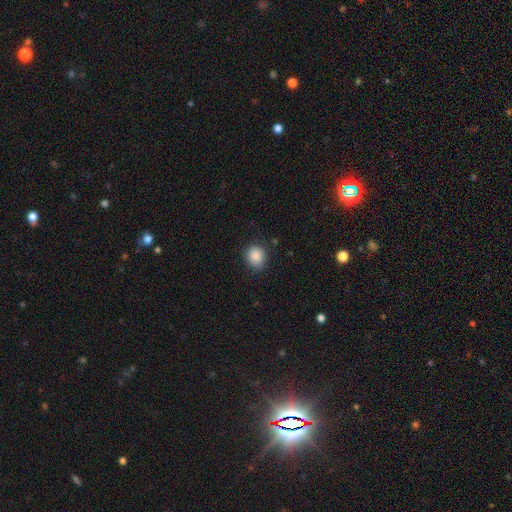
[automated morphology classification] A smooth galaxy with no disk features (87%) that is round (73%).

Vote fractions:
- Smooth or featured? smooth: 87% / star or artifact: 9% / featured or disk: 4%
- How rounded? round: 73% / in between: 26% / cigar-shaped: 1%
- Merging? none: 83% / minor disturbance: 13% / major disturbance: 3% / merger: 1%